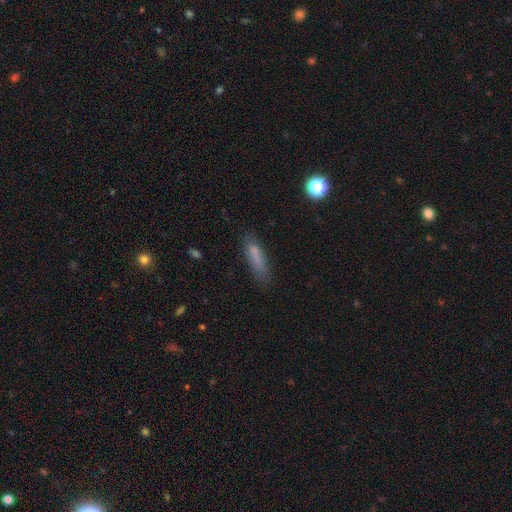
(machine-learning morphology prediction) Smooth or featured: smooth — 79% (featured or disk — 12%)
How rounded: cigar-shaped — 73% (in between — 25%)
Merging: none — 77% (minor disturbance — 17%)